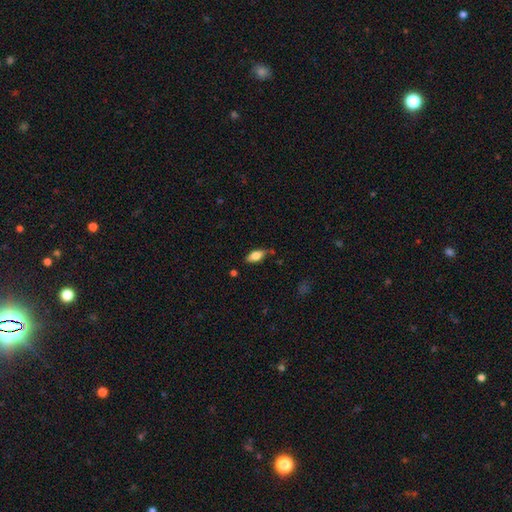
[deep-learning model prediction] Smooth or featured? Predicted: smooth (p=0.69). How rounded? Predicted: in between (p=0.82). Merging? Predicted: none (p=0.76).